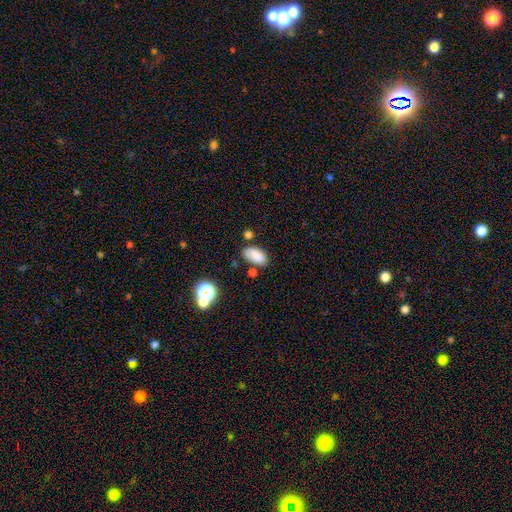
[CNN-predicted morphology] Smooth or featured? smooth (83%)
How rounded? in between (94%)
Merging? none (67%)